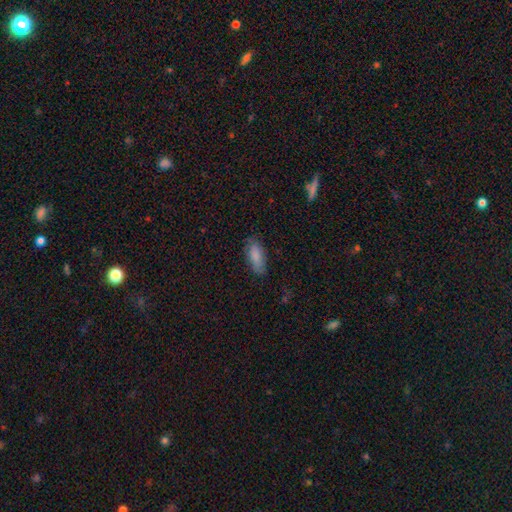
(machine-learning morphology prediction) Smooth or featured? Predicted: smooth (p=0.85). How rounded? Predicted: in between (p=0.81). Merging? Predicted: none (p=0.76).